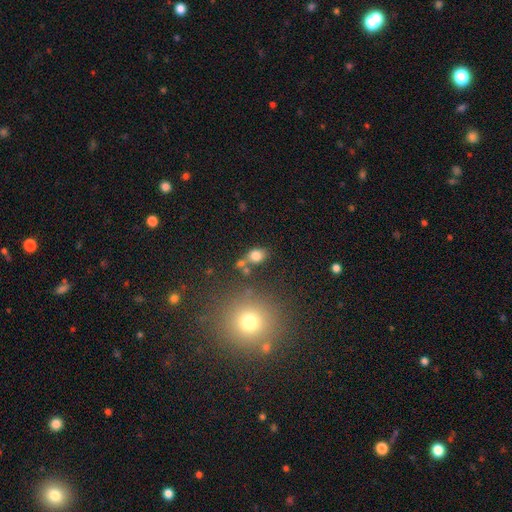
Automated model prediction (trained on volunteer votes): A smooth galaxy with no disk features (78%) that is in between round and cigar-shaped (69%). Merging: none (55%).